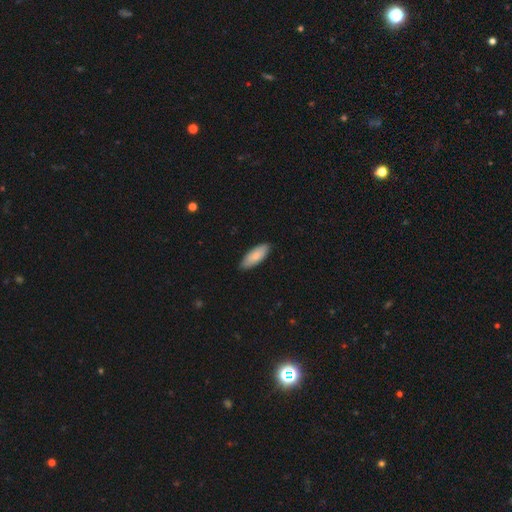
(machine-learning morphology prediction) type=smooth (80%); roundness=in between (75%); merging=none (87%).